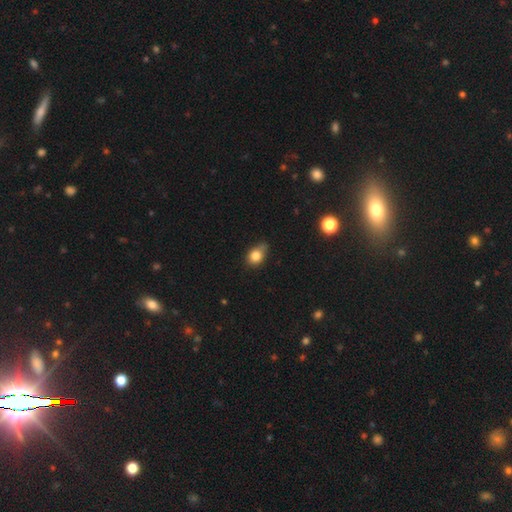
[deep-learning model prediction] Smooth or featured: smooth — 81% (star or artifact — 10%)
How rounded: in between — 58% (round — 40%)
Merging: none — 51% (minor disturbance — 38%)